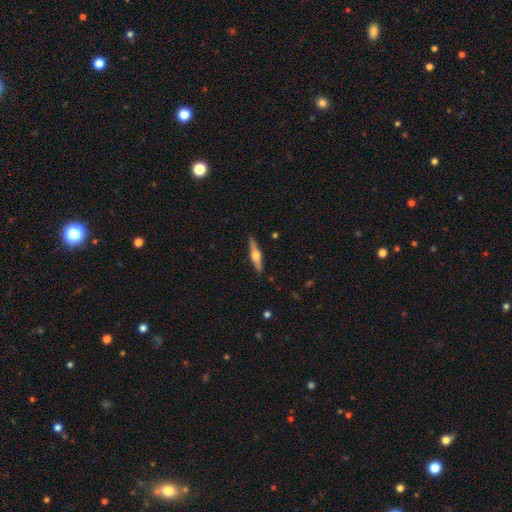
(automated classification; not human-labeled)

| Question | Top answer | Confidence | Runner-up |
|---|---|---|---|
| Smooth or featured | featured or disk | 72% | smooth (23%) |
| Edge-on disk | yes | 98% | no (2%) |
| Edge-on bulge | rounded | 94% | boxy (4%) |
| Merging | none | 90% | minor disturbance (7%) |